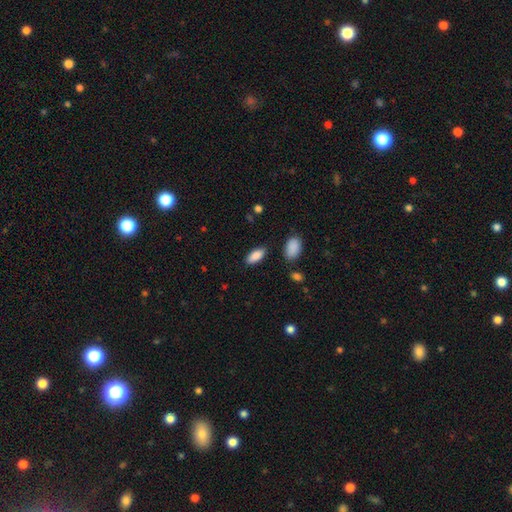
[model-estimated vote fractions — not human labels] The model was most divided on "how rounded": in between: 86%, cigar-shaped: 12%, round: 2%. More confident: smooth or featured — smooth (87%); merging — none (86%).